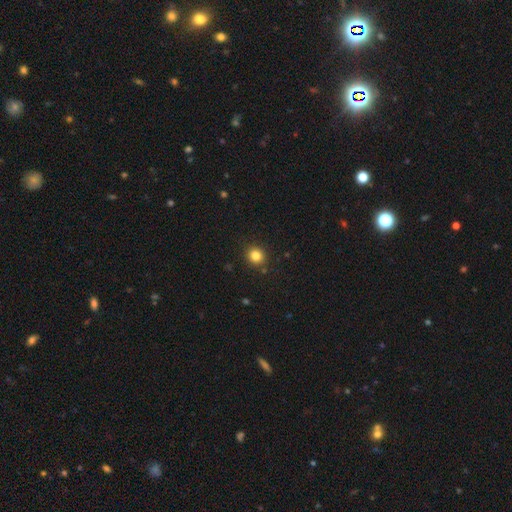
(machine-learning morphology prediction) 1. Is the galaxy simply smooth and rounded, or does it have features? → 82% smooth, 12% star or artifact, 5% featured or disk.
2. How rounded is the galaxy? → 89% round, 10% in between, 1% cigar-shaped.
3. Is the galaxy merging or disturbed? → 90% none, 6% minor disturbance, 2% major disturbance, 2% merger.